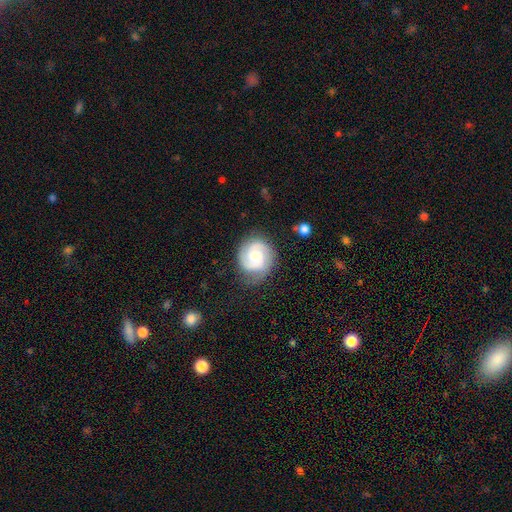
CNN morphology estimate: smooth_or_featured: featured or disk (p=0.80) [alt: smooth p=0.15]
disk_edge_on: no (p=0.98) [alt: yes p=0.02]
bar: no (p=0.54) [alt: weak p=0.39]
has_spiral_arms: yes (p=0.97) [alt: no p=0.03]
spiral_winding: tight (p=0.48) [alt: medium p=0.43]
spiral_arm_count: 2 (p=0.83) [alt: 3 p=0.07]
bulge_size: moderate (p=0.49) [alt: small p=0.36]
merging: none (p=0.74) [alt: minor disturbance p=0.18]